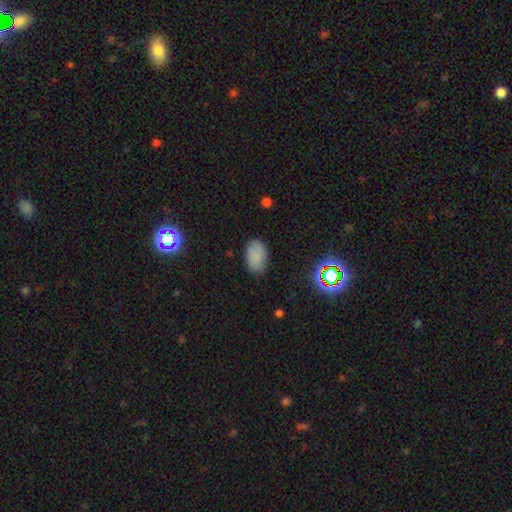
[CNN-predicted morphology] Smooth or featured? smooth (82%)
How rounded? in between (91%)
Merging? none (81%)